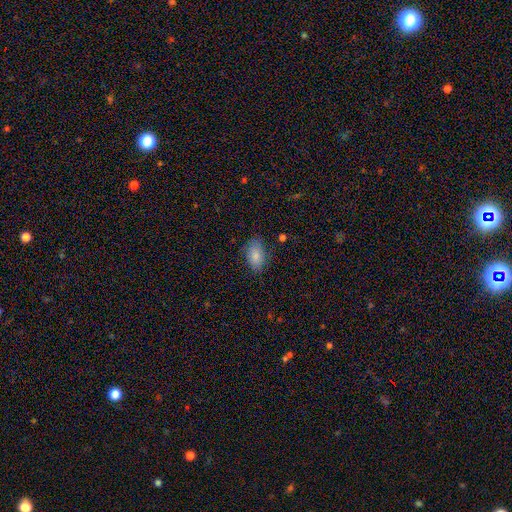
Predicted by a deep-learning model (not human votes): smooth 81%, featured or disk 11%, star or artifact 8%. Down the decision tree: how rounded — in between (91%); merging — none (77%).